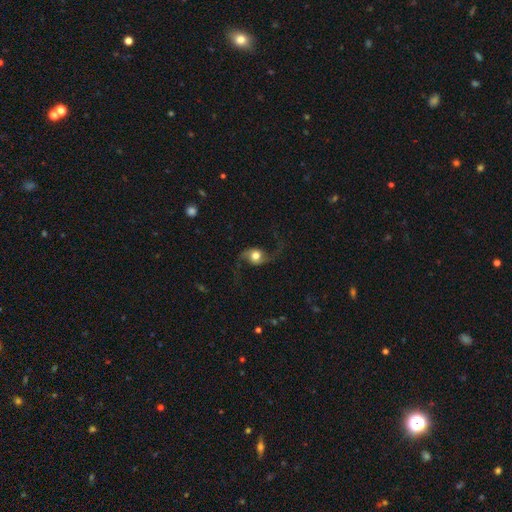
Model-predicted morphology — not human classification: featured or disk 76%, smooth 17%, star or artifact 7%. Down the decision tree: edge-on disk — no (95%); bar — no (68%); spiral arms — yes (94%); spiral arm count — 2 (93%); spiral winding — loose (88%); bulge size — moderate (45%); merging — none (68%).